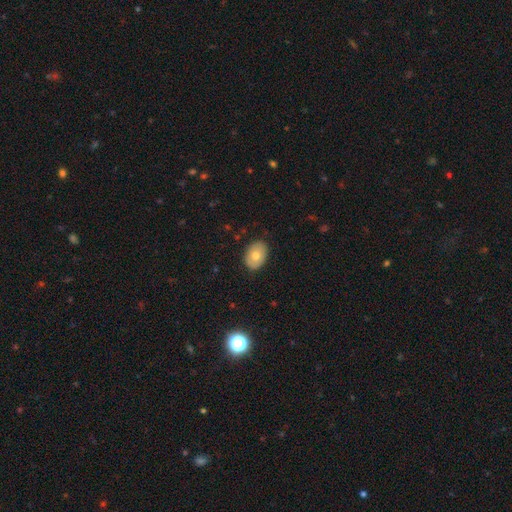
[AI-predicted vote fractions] A smooth galaxy with no disk features (71%) that is in between round and cigar-shaped (79%). Merging: none (86%).